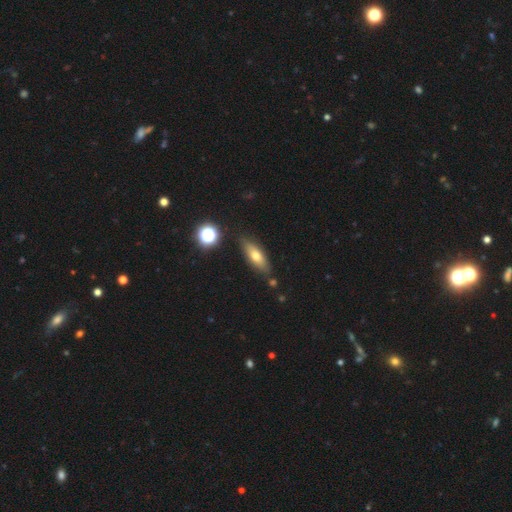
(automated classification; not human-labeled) Morphology: type=smooth (62%); roundness=in between (55%); merging=none (81%).